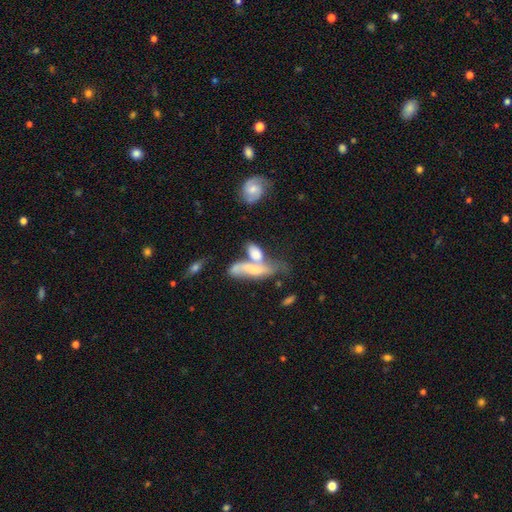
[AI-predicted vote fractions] Q: Smooth or featured?
A: featured or disk (48%); runner-up: smooth (42%)
Q: Merging?
A: merger (53%); runner-up: none (24%)